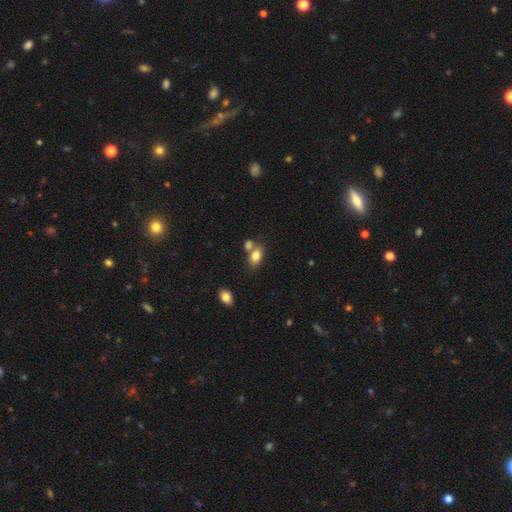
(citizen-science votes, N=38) smooth 84%, featured or disk 11%, star or artifact 5%. Down the decision tree: how rounded — in between (78%); merging — none (44%).